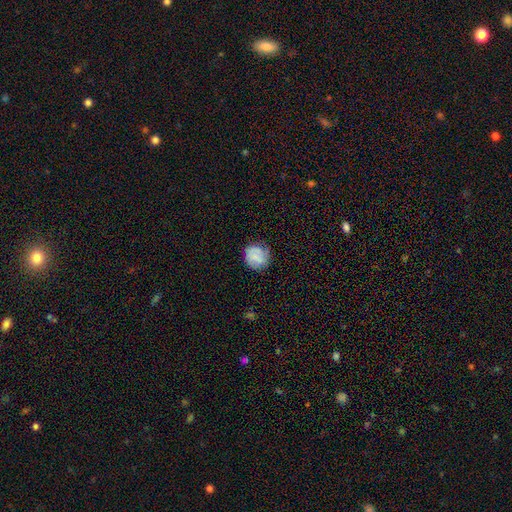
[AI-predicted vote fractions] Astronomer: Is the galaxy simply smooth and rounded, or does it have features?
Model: smooth — 68%.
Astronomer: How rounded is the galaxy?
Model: round — 86%.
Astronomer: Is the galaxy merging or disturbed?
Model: none — 74%.